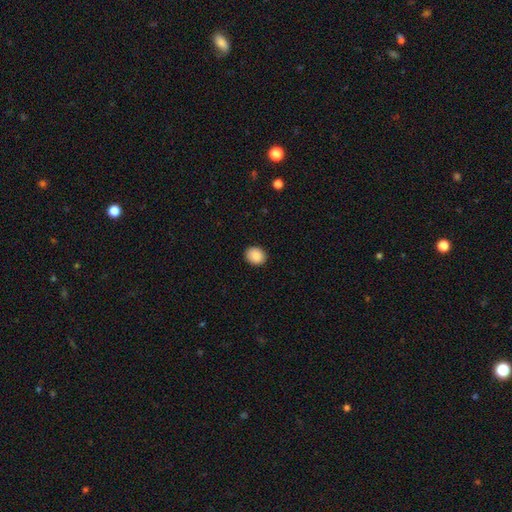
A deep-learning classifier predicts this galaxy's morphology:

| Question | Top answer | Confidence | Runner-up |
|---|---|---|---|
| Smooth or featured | smooth | 89% | star or artifact (8%) |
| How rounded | round | 61% | in between (38%) |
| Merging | none | 91% | minor disturbance (7%) |